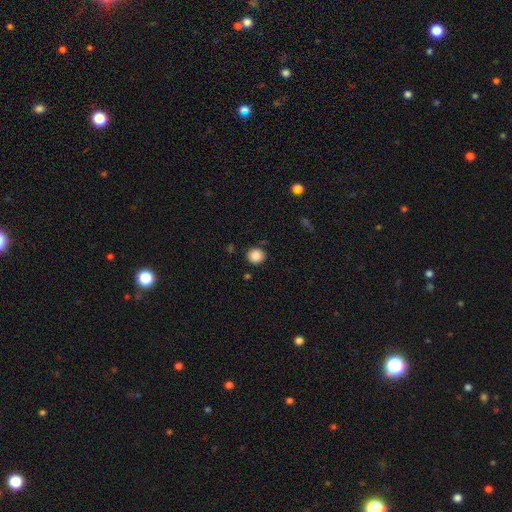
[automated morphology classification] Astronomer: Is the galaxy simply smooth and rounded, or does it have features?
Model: smooth — 87%.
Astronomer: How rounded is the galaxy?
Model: round — 83%.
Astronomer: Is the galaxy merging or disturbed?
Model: none — 87%.